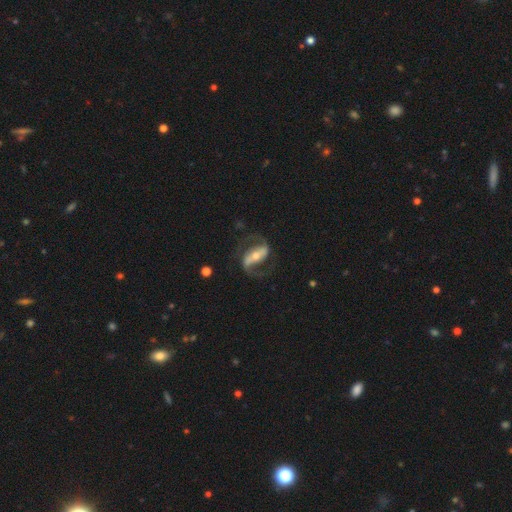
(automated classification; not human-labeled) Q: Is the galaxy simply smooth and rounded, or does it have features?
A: featured or disk — 86%.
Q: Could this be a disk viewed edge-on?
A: no — 94%.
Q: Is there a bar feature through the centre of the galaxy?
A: strong — 64%.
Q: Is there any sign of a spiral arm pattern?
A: yes — 94%.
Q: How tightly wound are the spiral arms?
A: medium — 49%.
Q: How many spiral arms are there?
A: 2 — 92%.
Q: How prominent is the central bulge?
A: moderate — 50%.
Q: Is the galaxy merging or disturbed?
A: none — 73%.